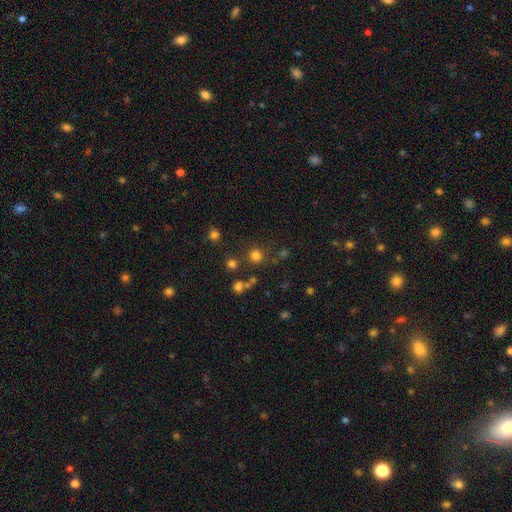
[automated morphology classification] smooth_or_featured: smooth (p=0.75) [alt: star or artifact p=0.19]
how_rounded: round (p=0.93) [alt: in between p=0.06]
merging: none (p=0.79) [alt: merger p=0.09]